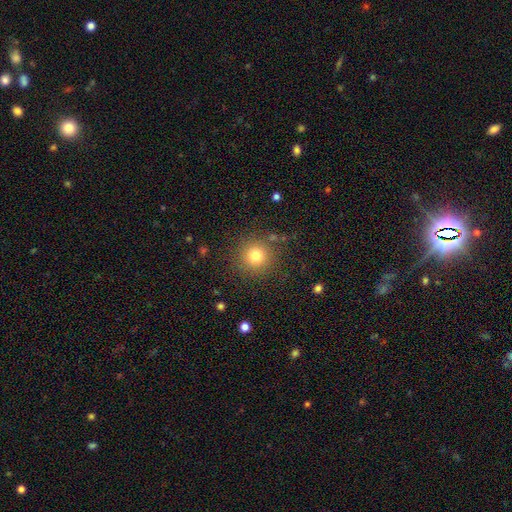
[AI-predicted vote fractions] A smooth galaxy with no disk features (78%) that is round (95%). Merging: none (87%).